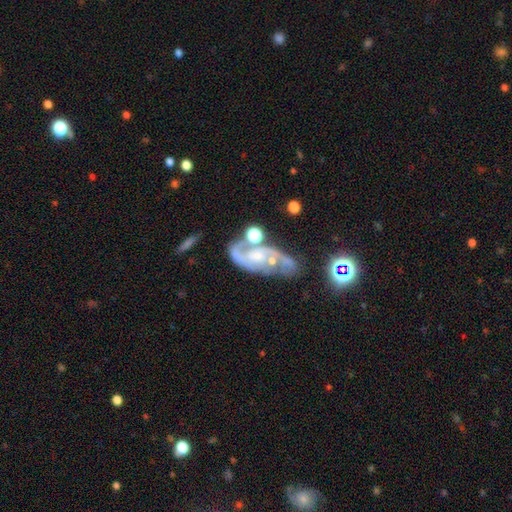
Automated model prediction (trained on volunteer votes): Smooth or featured? Predicted: featured or disk (p=0.82). Edge-on disk? Predicted: no (p=0.96). Bar? Predicted: no (p=0.58). Spiral arms? Predicted: yes (p=0.93). Spiral winding? Predicted: medium (p=0.52). Spiral arm count? Predicted: 2 (p=0.81). Bulge size? Predicted: small (p=0.58). Merging? Predicted: none (p=0.49).